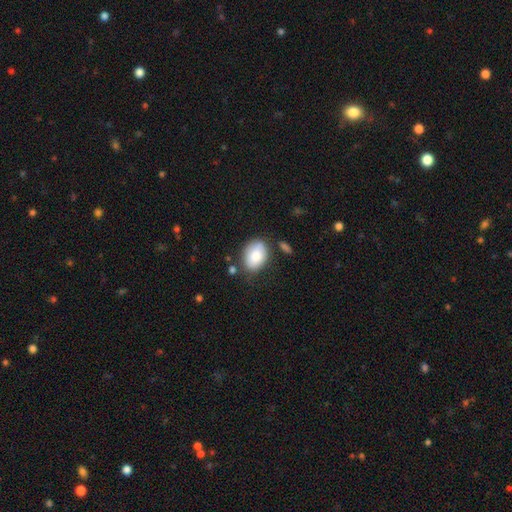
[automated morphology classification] smooth_or_featured: smooth (p=0.81) [alt: featured or disk p=0.12]
how_rounded: in between (p=0.82) [alt: round p=0.17]
merging: none (p=0.68) [alt: minor disturbance p=0.20]